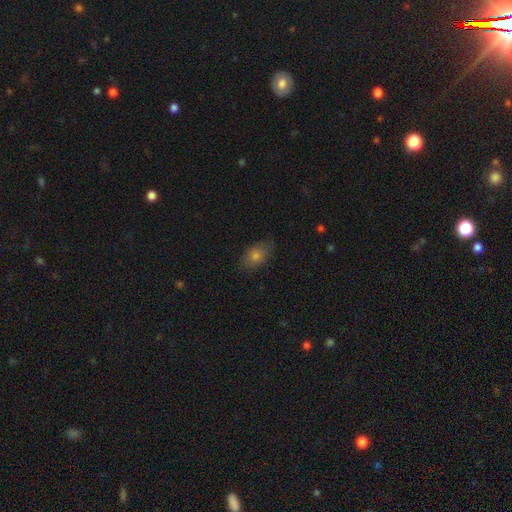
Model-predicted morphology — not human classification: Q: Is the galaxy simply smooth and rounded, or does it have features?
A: smooth — 74%.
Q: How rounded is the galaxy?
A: in between — 82%.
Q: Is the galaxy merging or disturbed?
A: none — 82%.